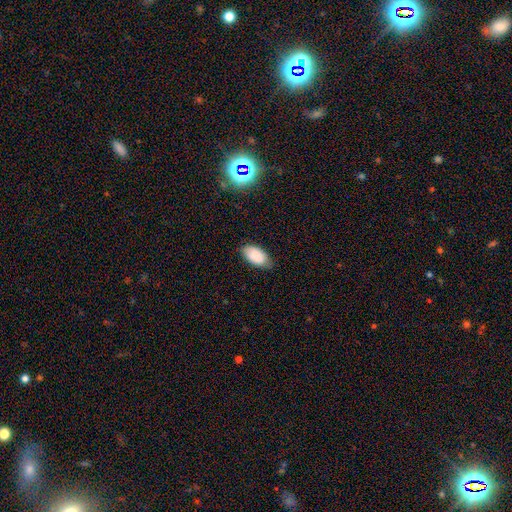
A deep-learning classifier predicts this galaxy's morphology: The model was most divided on "merging": none: 74%, minor disturbance: 21%, major disturbance: 4%, merger: 1%. More confident: how rounded — in between (95%); smooth or featured — smooth (88%).